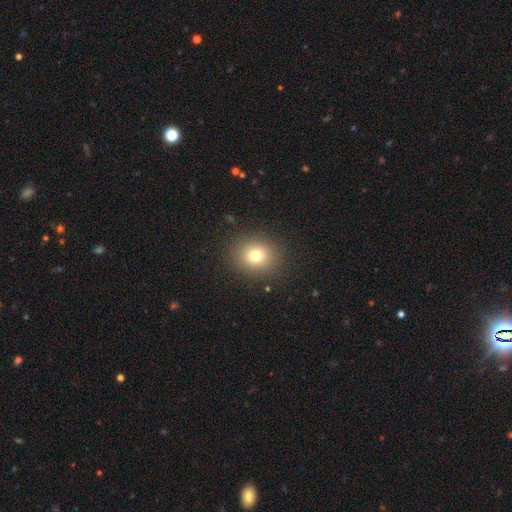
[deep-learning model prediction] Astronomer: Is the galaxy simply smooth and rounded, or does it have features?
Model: smooth — 76%.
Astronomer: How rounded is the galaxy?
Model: round — 81%.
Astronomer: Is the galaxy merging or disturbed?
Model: none — 89%.